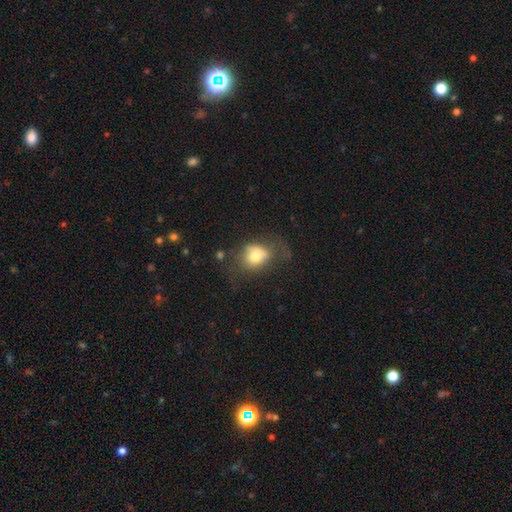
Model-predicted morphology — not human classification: smooth-or-featured: smooth: 71% | featured or disk: 19% | star or artifact: 10%
  how-rounded: round: 53% | in between: 46% | cigar-shaped: 1%
  merging: none: 43% | minor disturbance: 28% | major disturbance: 25% | merger: 4%